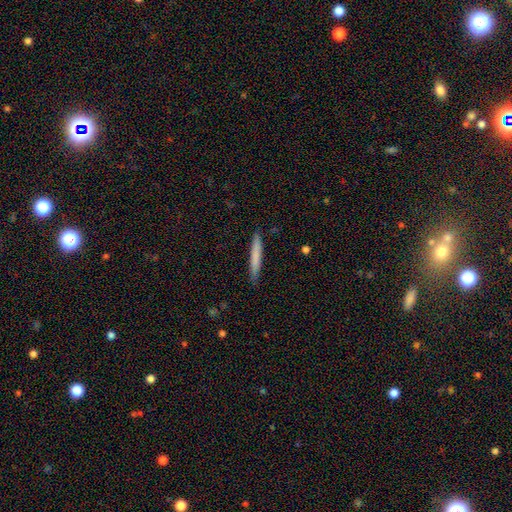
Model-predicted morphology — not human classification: This appears to be a smooth galaxy with no disk features (75%) that is cigar-shaped (96%). Merging: none (88%).